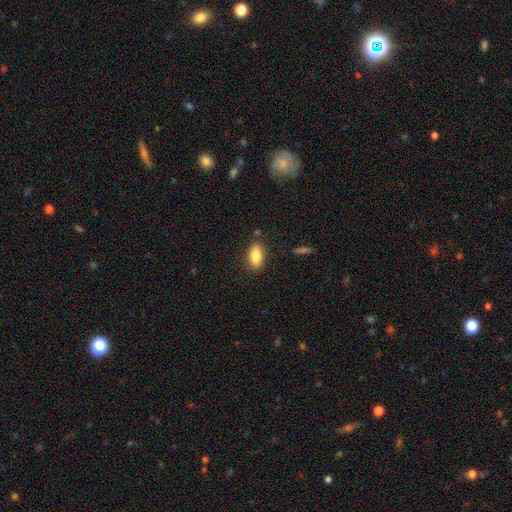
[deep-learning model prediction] A smooth galaxy with no disk features (85%) that is in between round and cigar-shaped (90%).

Vote fractions:
- Smooth or featured? smooth: 85% / featured or disk: 8% / star or artifact: 7%
- How rounded? in between: 90% / cigar-shaped: 6% / round: 4%
- Merging? none: 84% / minor disturbance: 11% / major disturbance: 3% / merger: 2%